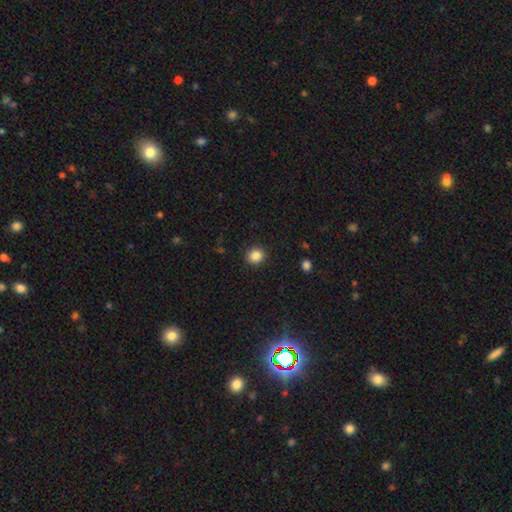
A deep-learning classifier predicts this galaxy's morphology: A smooth galaxy with no disk features (85%) that is round (85%). Merging: none (91%).